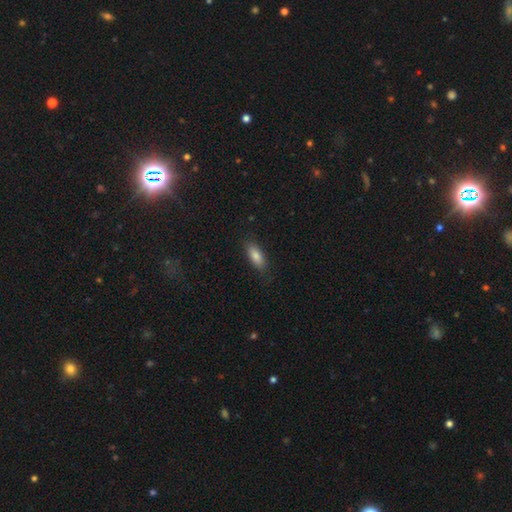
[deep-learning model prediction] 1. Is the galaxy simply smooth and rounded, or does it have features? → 83% smooth, 10% featured or disk, 7% star or artifact.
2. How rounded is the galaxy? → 76% in between, 22% cigar-shaped, 2% round.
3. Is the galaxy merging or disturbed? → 84% none, 12% minor disturbance, 3% major disturbance, 1% merger.